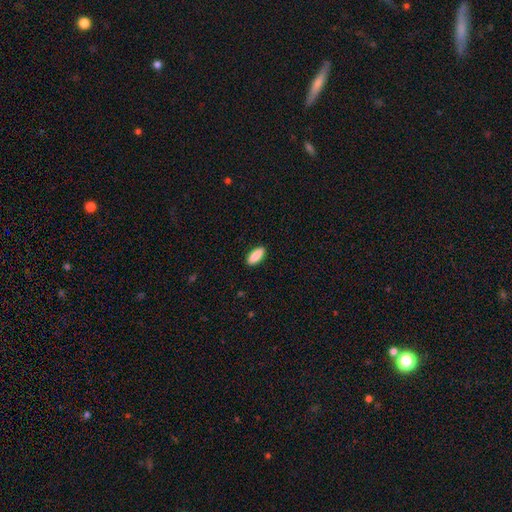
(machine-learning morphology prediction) A smooth galaxy with no disk features (89%) that is in between round and cigar-shaped (74%). Merging: none (90%).